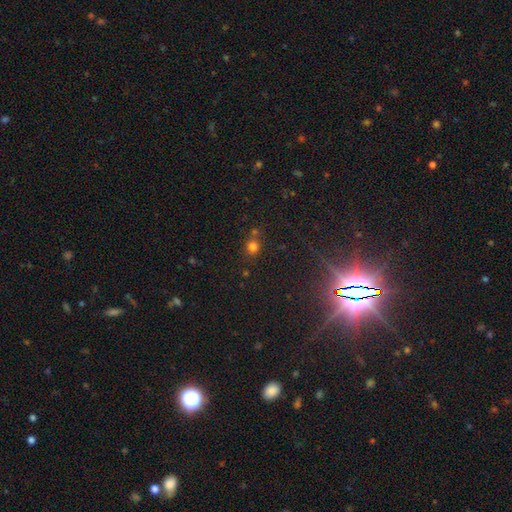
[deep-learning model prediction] This appears to be a star or artifact, not a galaxy (73%).